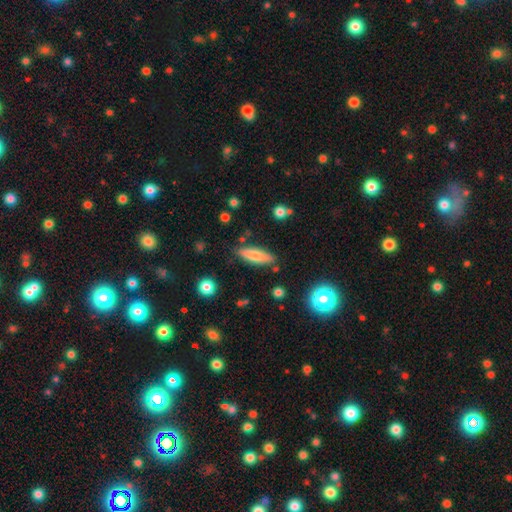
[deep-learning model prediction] Overall: smooth (73%). How rounded: cigar-shaped (59%; in between 39%). Merging: none (83%).